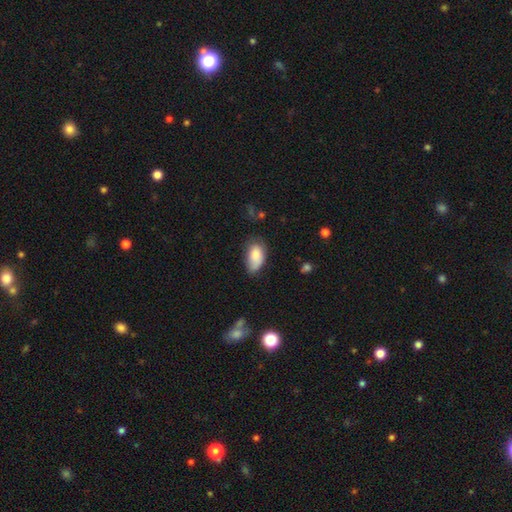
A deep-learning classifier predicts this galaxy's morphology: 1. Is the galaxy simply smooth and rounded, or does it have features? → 80% smooth, 12% featured or disk, 7% star or artifact.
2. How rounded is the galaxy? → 93% in between, 4% round, 2% cigar-shaped.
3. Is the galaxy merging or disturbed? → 48% none, 38% minor disturbance, 12% major disturbance, 3% merger.